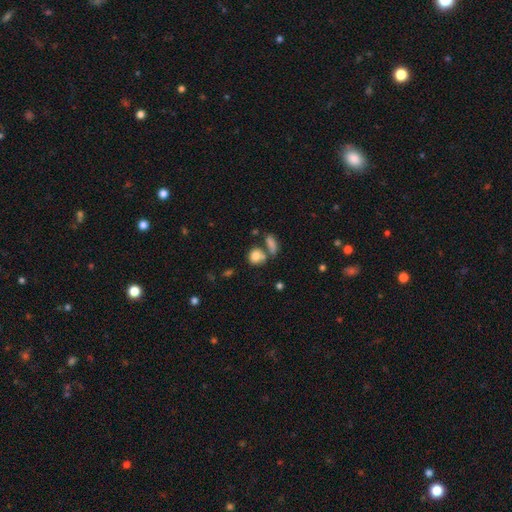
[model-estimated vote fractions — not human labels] smooth-or-featured: smooth: 81% | star or artifact: 10% | featured or disk: 9%
  how-rounded: round: 67% | in between: 30% | cigar-shaped: 2%
  merging: none: 52% | merger: 30% | minor disturbance: 12% | major disturbance: 6%